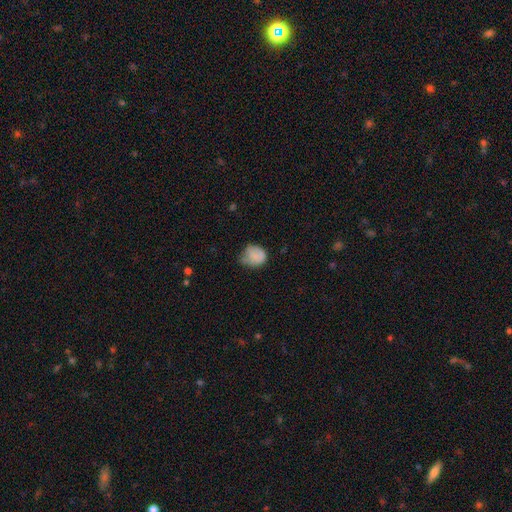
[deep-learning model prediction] This is likely a smooth galaxy (79%). How rounded: possibly round (58%). Merging: marginally minor disturbance (43%).